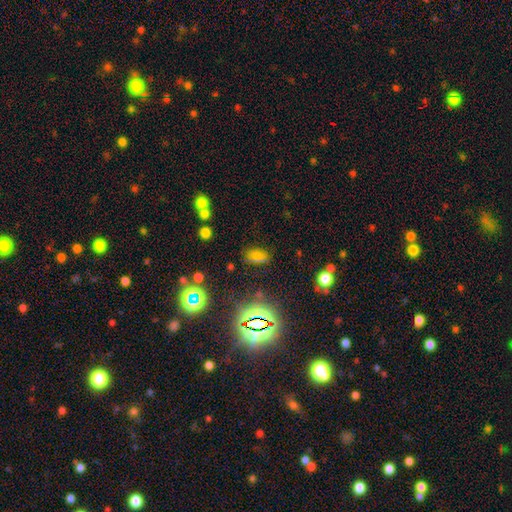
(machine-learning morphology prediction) A smooth galaxy with no disk features (50%) that is in between round and cigar-shaped (83%).

Vote fractions:
- Smooth or featured? smooth: 50% / star or artifact: 39% / featured or disk: 11%
- How rounded? in between: 83% / round: 13% / cigar-shaped: 4%
- Merging? none: 71% / minor disturbance: 16% / major disturbance: 7% / merger: 6%